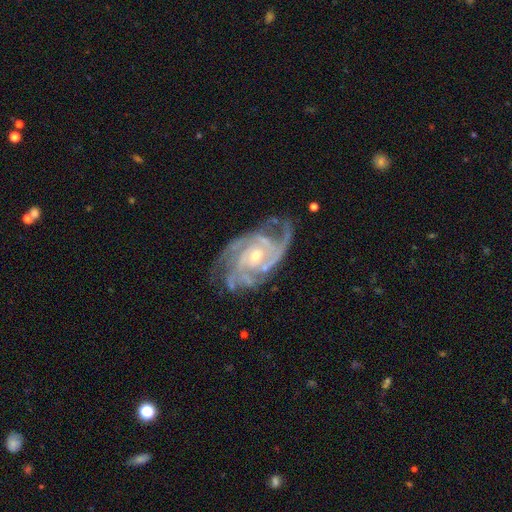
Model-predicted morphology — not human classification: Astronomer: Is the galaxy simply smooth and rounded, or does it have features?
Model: featured or disk — 92%.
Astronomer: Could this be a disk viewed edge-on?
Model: no — 97%.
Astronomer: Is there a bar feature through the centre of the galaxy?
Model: no — 65%.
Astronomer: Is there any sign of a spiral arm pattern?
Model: yes — 98%.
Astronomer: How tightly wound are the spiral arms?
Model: tight — 56% (runner-up: medium, 37%).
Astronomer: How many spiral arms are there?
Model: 3 — 29% (runner-up: 4, 23%).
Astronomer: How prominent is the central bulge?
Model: moderate — 49% (runner-up: small, 48%).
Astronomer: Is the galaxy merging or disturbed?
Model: none — 67%.